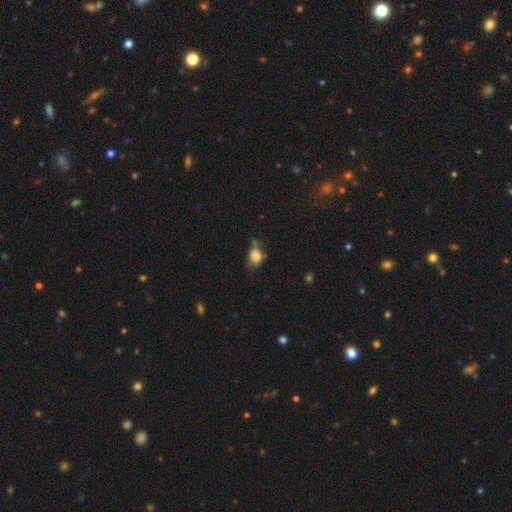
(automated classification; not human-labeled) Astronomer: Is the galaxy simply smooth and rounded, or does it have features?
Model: smooth — 82%.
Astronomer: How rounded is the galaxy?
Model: in between — 52% (runner-up: round, 47%).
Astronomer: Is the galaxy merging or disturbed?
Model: none — 50% (runner-up: minor disturbance, 31%).